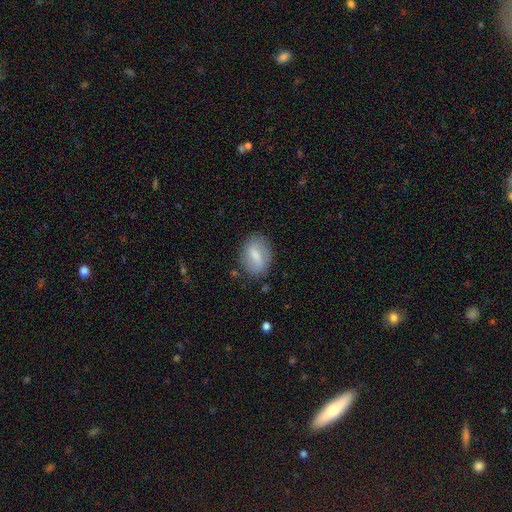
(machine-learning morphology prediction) smooth 63%, featured or disk 30%, star or artifact 7%. Down the decision tree: how rounded — in between (78%); merging — none (78%).